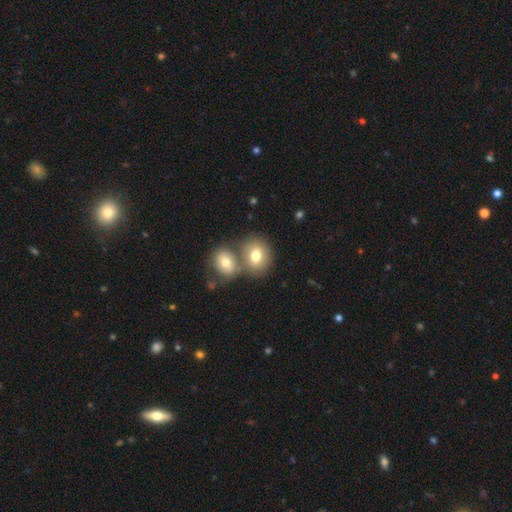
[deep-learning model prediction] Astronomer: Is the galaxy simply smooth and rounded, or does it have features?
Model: smooth — 76%.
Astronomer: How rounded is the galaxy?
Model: round — 50% (runner-up: in between, 49%).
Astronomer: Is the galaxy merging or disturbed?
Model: merger — 44%, tied with none at 44%.